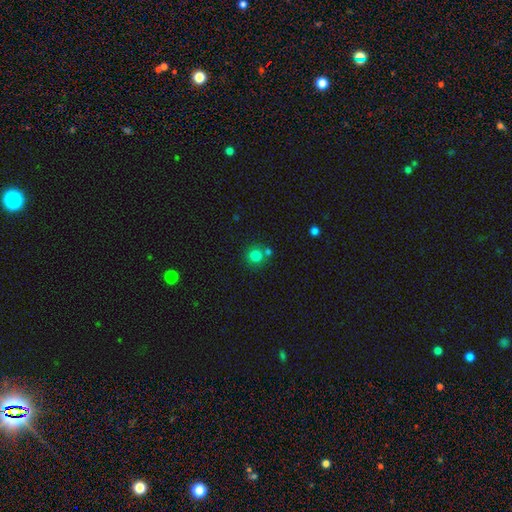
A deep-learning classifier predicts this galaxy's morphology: type=smooth (81%); roundness=round (91%); merging=none (66%).